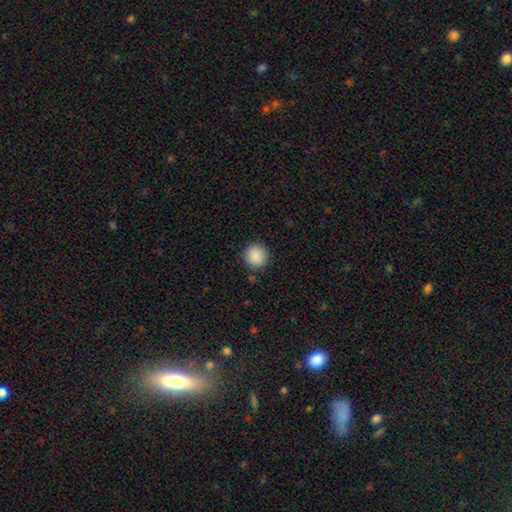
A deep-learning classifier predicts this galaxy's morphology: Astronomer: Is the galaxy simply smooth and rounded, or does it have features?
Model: smooth — 89%.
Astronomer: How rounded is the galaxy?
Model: round — 94%.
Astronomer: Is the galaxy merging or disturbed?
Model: none — 89%.